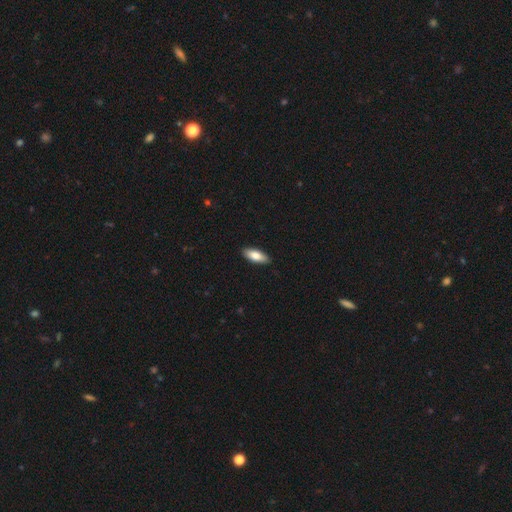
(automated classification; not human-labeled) The model was most divided on "how rounded": in between: 77%, cigar-shaped: 21%, round: 2%. More confident: merging — none (89%); smooth or featured — smooth (80%).